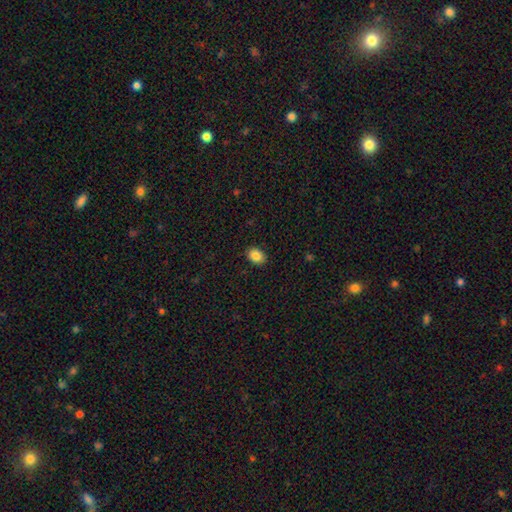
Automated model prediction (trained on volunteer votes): Overall: smooth (86%). How rounded: in between (70%). Merging: none (89%).